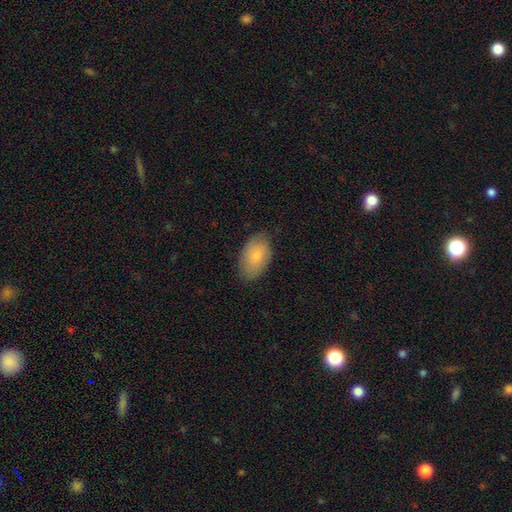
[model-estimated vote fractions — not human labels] smooth_or_featured: smooth (p=0.79) [alt: featured or disk p=0.15]
how_rounded: in between (p=0.92) [alt: round p=0.06]
merging: none (p=0.79) [alt: minor disturbance p=0.17]